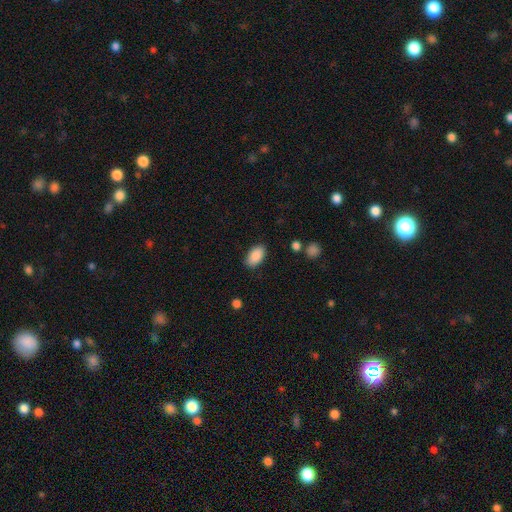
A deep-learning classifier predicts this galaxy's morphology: Smooth or featured?
  - smooth: 89% *
  - star or artifact: 7%
  - featured or disk: 4%
How rounded?
  - in between: 94% *
  - round: 5%
  - cigar-shaped: 2%
Merging?
  - none: 84% *
  - minor disturbance: 11%
  - major disturbance: 3%
  - merger: 1%